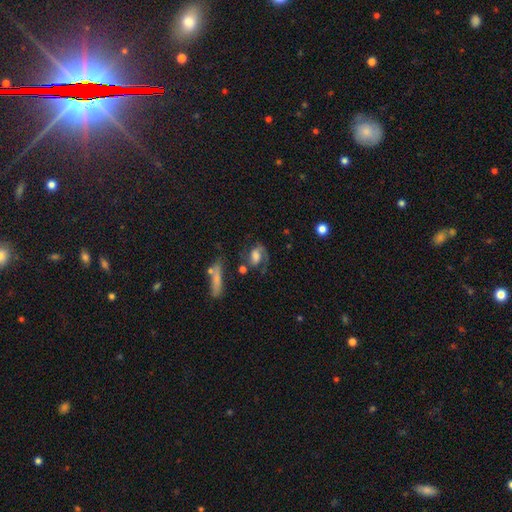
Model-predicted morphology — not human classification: featured or disk 67%, smooth 25%, star or artifact 8%. Down the decision tree: edge-on disk — no (95%); bar — no (52%); spiral arms — yes (89%); spiral arm count — 2 (70%); spiral winding — medium (48%); bulge size — large (39%); merging — none (51%).